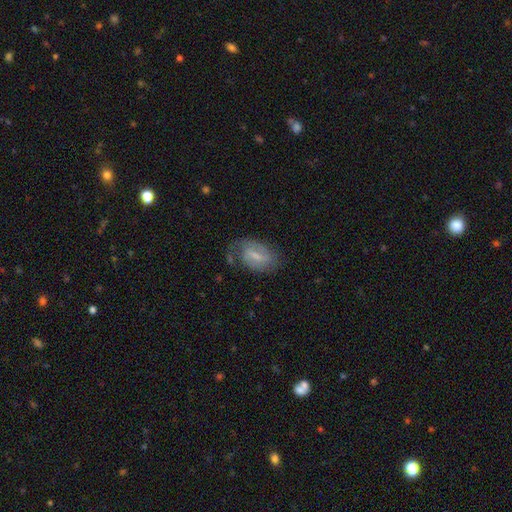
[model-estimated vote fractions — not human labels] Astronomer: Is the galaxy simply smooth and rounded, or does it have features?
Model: featured or disk — 64%.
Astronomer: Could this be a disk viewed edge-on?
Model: no — 96%.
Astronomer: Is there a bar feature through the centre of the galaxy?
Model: weak — 53% (runner-up: strong, 32%).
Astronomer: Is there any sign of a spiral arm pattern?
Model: yes — 84%.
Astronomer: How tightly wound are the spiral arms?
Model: medium — 45% (runner-up: tight, 32%).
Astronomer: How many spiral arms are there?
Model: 2 — 69%.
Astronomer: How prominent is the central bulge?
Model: small — 46% (runner-up: moderate, 30%).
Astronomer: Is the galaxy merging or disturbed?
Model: none — 60%.